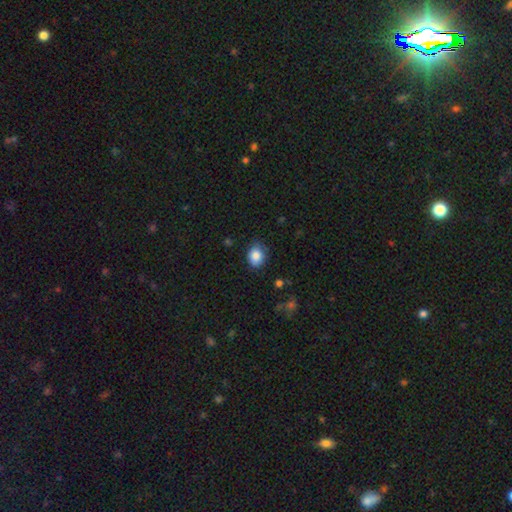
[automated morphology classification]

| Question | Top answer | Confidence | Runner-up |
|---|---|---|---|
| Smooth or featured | smooth | 85% | star or artifact (9%) |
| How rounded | in between | 55% | round (45%) |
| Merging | none | 75% | minor disturbance (20%) |